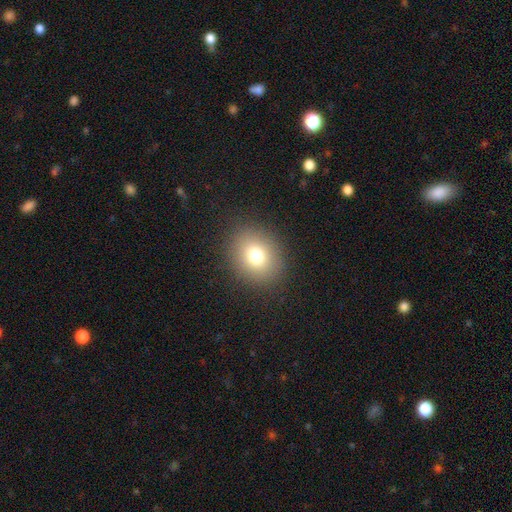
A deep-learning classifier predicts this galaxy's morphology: The model was most divided on "how rounded": round: 58%, in between: 41%, cigar-shaped: 1%. More confident: merging — none (88%); smooth or featured — smooth (76%).